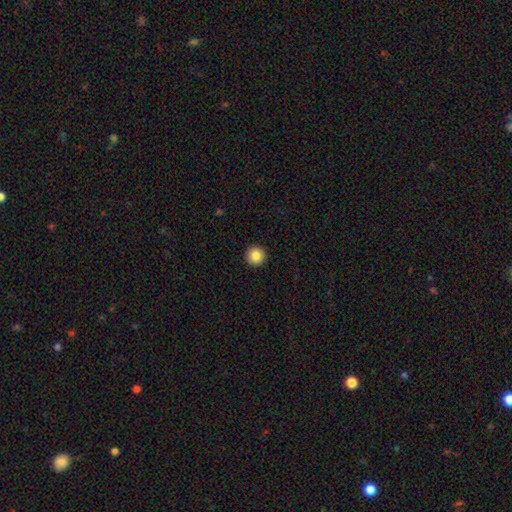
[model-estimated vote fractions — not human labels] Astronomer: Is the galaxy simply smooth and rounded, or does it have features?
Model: smooth — 85%.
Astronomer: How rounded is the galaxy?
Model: round — 96%.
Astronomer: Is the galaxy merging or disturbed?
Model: none — 93%.